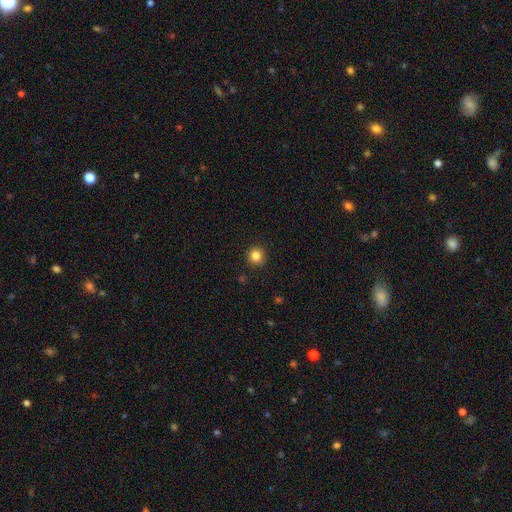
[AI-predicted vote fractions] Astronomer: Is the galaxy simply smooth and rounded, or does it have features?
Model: smooth — 84%.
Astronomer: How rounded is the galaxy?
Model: round — 93%.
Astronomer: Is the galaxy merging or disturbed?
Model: none — 91%.